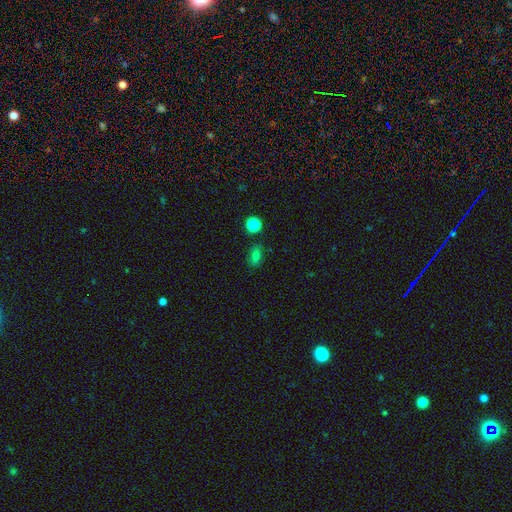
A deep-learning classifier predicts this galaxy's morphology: Smooth or featured: smooth — 72% (star or artifact — 17%)
How rounded: in between — 75% (round — 20%)
Merging: none — 81% (minor disturbance — 13%)